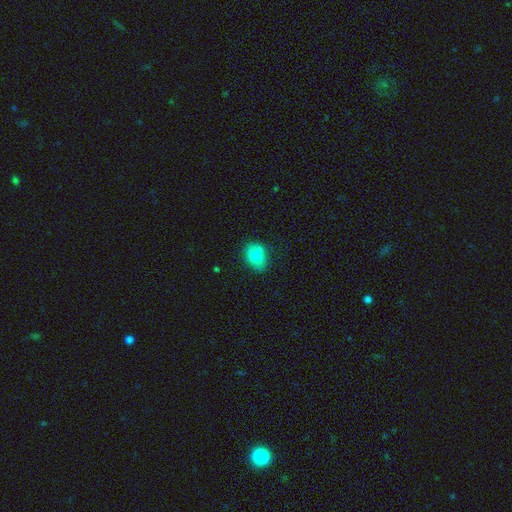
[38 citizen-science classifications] smooth-or-featured: smooth: 68% | featured or disk: 24% | star or artifact: 8%
  how-rounded: in between: 81% | round: 19% | cigar-shaped: 0%
  merging: none: 63% | minor disturbance: 29% | merger: 6% | major disturbance: 3%